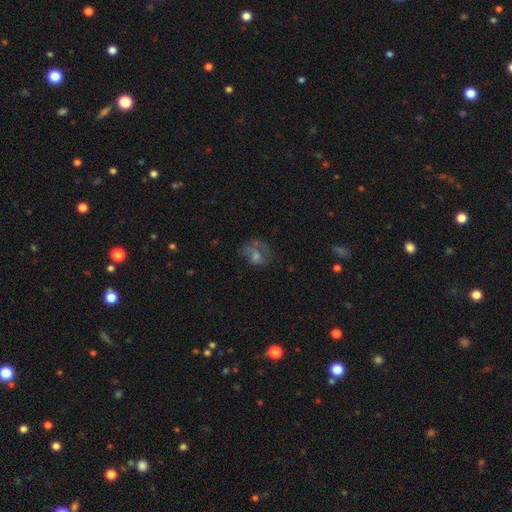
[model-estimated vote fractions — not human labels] Smooth or featured? Predicted: featured or disk (p=0.43). Merging? Predicted: none (p=0.47).